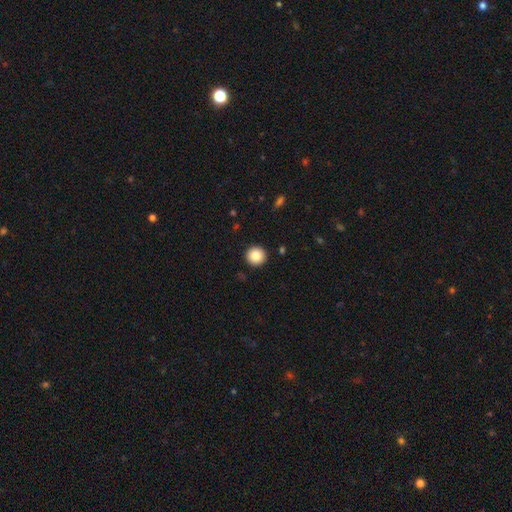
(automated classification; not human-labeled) smooth-or-featured: smooth: 85% | star or artifact: 9% | featured or disk: 6%
  how-rounded: round: 95% | in between: 4% | cigar-shaped: 1%
  merging: none: 93% | minor disturbance: 5% | major disturbance: 1% | merger: 1%